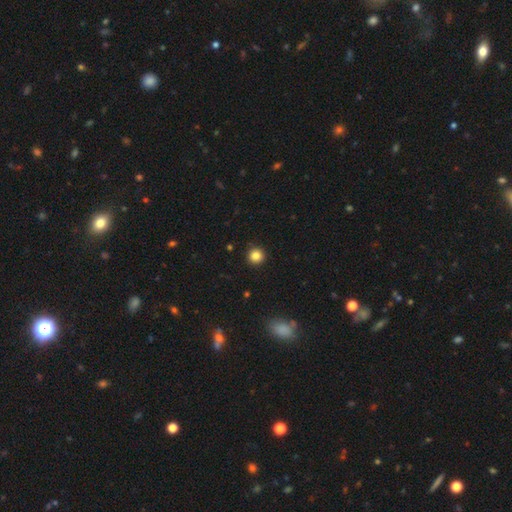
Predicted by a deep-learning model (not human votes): A smooth galaxy with no disk features (84%) that is round (95%). Merging: none (92%).